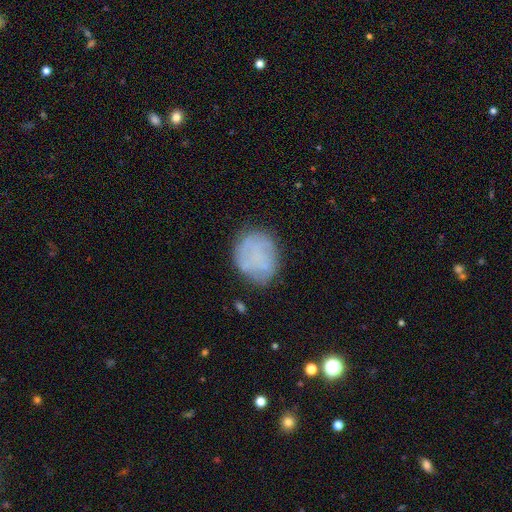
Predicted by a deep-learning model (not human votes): A smooth galaxy with no disk features (59%) that is round (60%). Merging: none (75%).